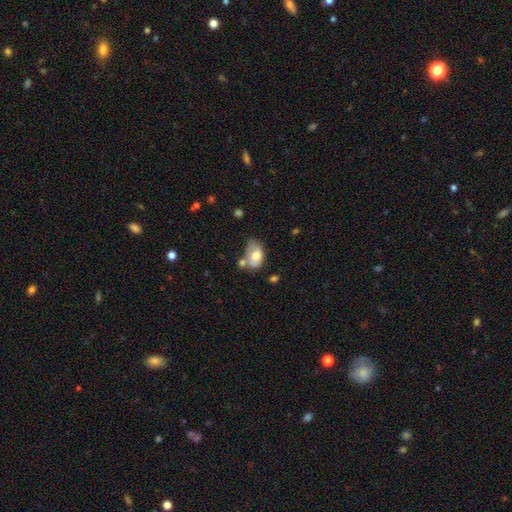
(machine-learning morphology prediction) The model was most divided on "merging": none: 30%, minor disturbance: 29%, merger: 26%, major disturbance: 15%. More confident: how rounded — in between (87%); smooth or featured — smooth (64%).